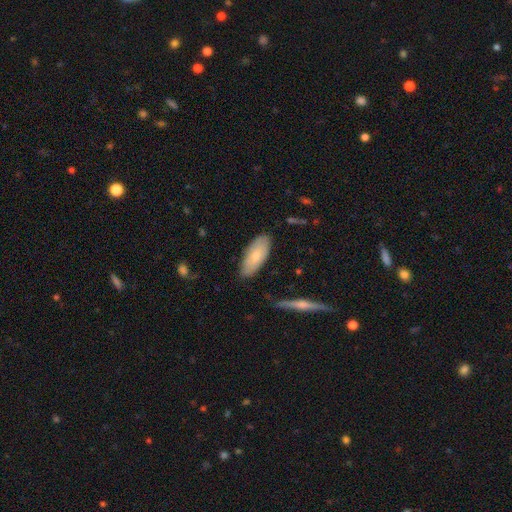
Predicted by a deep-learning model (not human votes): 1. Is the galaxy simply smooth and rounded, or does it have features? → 72% smooth, 23% featured or disk, 6% star or artifact.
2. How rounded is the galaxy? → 84% in between, 14% cigar-shaped, 2% round.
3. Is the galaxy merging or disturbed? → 81% none, 15% minor disturbance, 3% major disturbance, 2% merger.